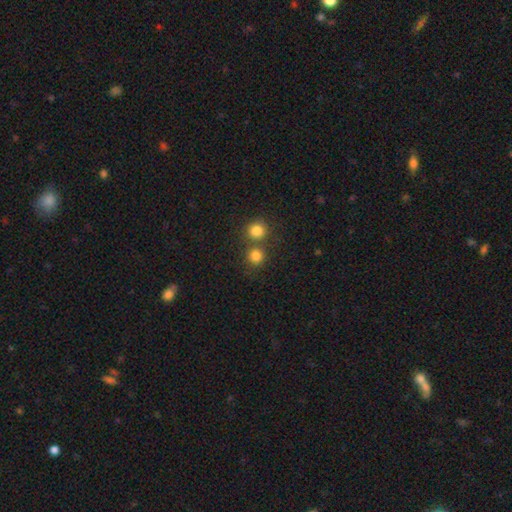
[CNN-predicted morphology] Smooth or featured: smooth — 81% (star or artifact — 13%)
How rounded: round — 90% (in between — 9%)
Merging: none — 62% (merger — 29%)